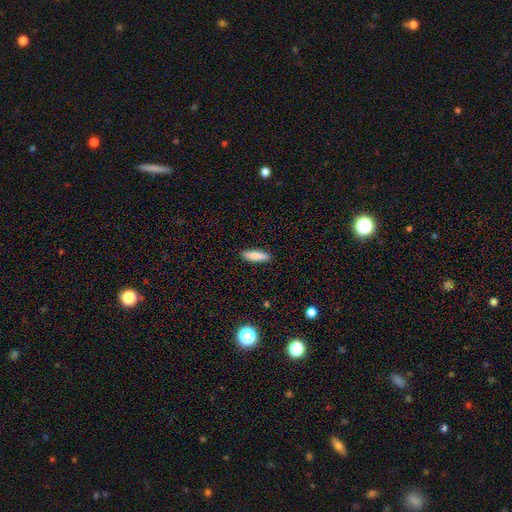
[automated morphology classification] This appears to be a smooth galaxy with no disk features (85%) that is cigar-shaped (50%). Merging: none (91%).